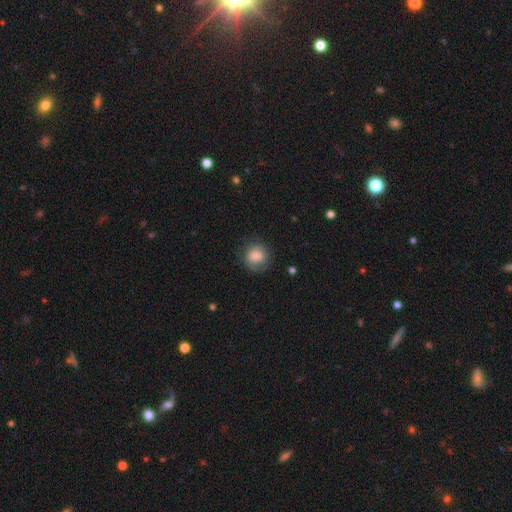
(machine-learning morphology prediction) Smooth or featured: smooth — 76% (featured or disk — 16%)
How rounded: round — 81% (in between — 18%)
Merging: none — 76% (minor disturbance — 16%)